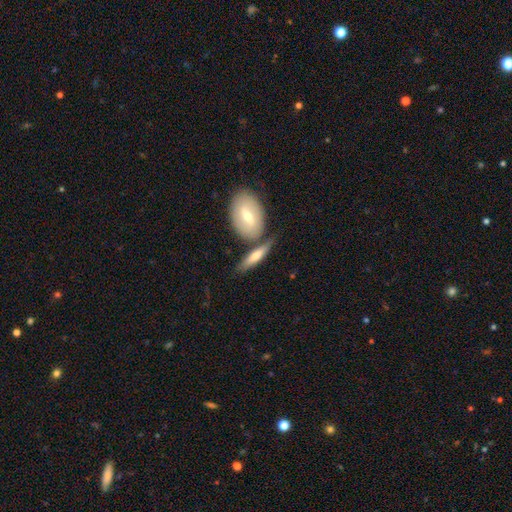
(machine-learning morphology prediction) smooth 61%, featured or disk 34%, star or artifact 5%. Down the decision tree: how rounded — cigar-shaped (56%); merging — none (59%).